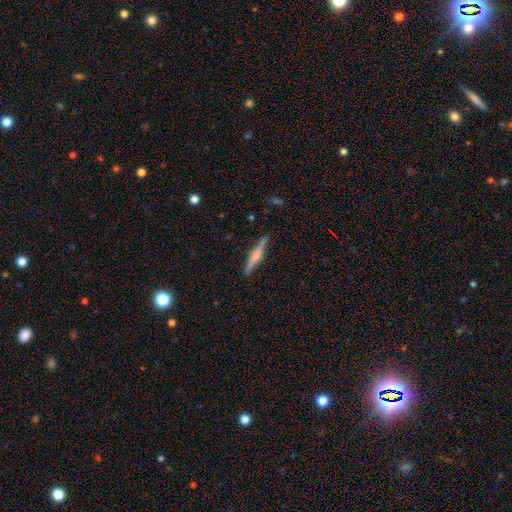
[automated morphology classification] This is likely a featured or disk galaxy (62%). It is clearly viewed edge-on (98%). Edge-on bulge: likely rounded (69%). Merging: clearly none (89%).